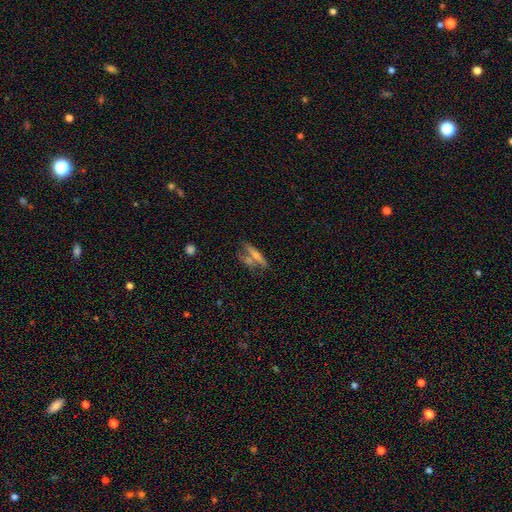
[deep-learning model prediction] Smooth or featured? featured or disk (45%)
Merging? none (54%)